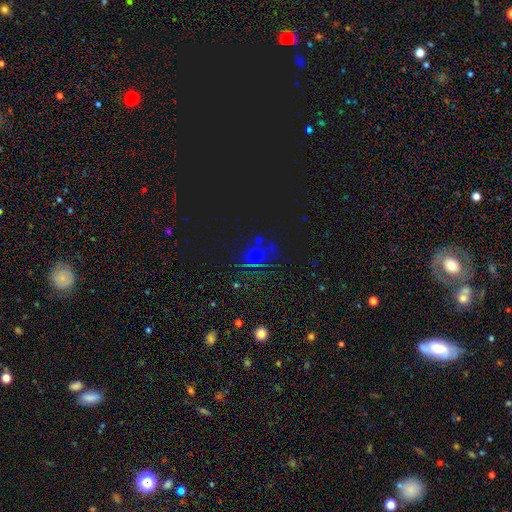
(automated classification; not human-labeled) smooth-or-featured: star or artifact: 54% | smooth: 35% | featured or disk: 11%